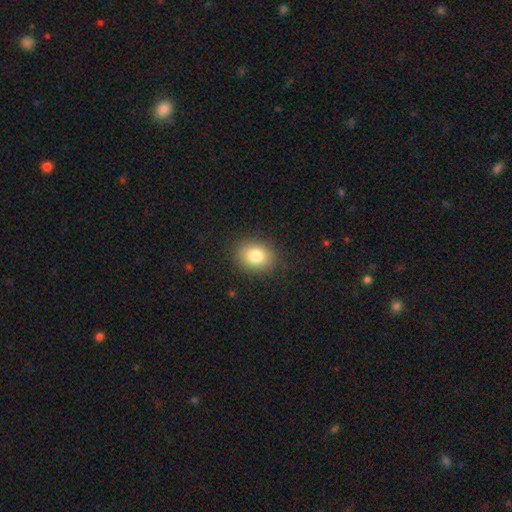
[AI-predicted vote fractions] Q: Smooth or featured?
A: smooth (83%); runner-up: star or artifact (9%)
Q: How rounded?
A: in between (55%); runner-up: round (44%)
Q: Merging?
A: none (86%); runner-up: minor disturbance (10%)